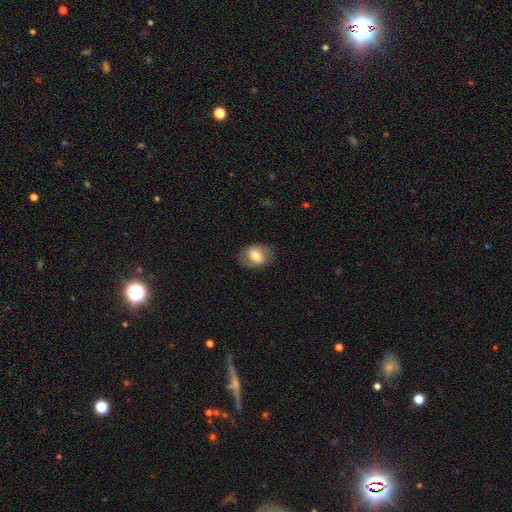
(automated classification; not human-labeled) This appears to be a smooth galaxy with no disk features (63%) that is in between round and cigar-shaped (72%). Merging: none (79%).